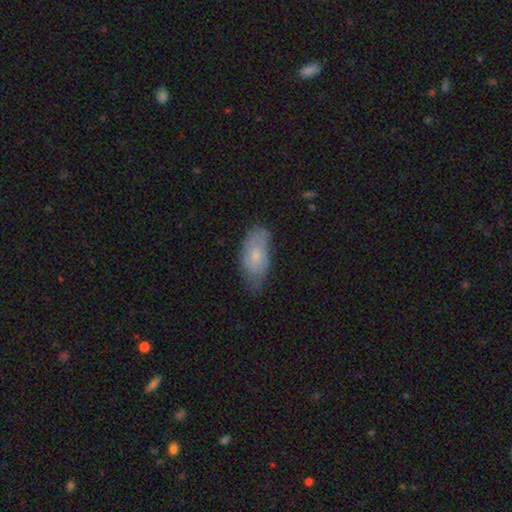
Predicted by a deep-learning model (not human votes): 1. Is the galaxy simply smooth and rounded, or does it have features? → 60% smooth, 33% featured or disk, 7% star or artifact.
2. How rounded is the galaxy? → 90% in between, 6% cigar-shaped, 4% round.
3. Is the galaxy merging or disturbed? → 52% none, 37% minor disturbance, 9% major disturbance, 2% merger.